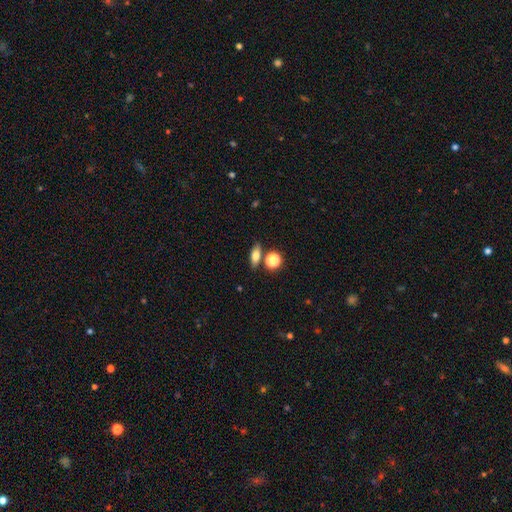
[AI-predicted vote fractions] The model was most divided on "how rounded": in between: 64%, cigar-shaped: 21%, round: 15%. More confident: merging — none (76%); smooth or featured — smooth (70%).